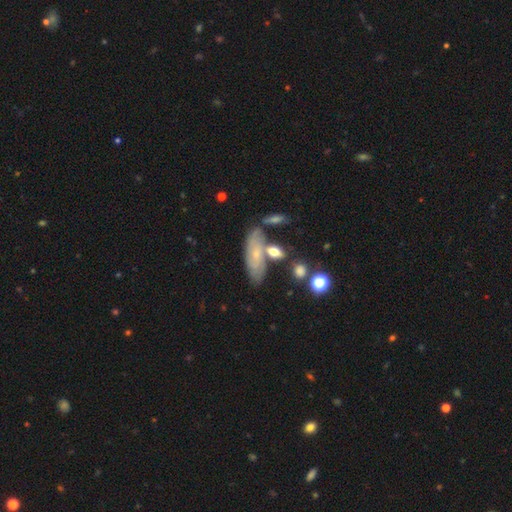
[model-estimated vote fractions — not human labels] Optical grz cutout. It shows a smooth galaxy with no disk features (46%, tied with featured or disk). Merging: none (58%).